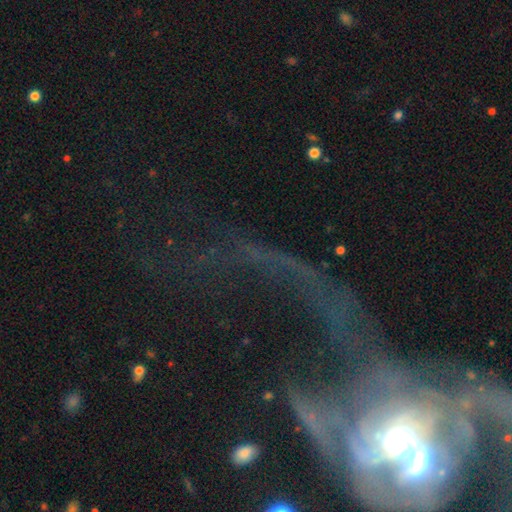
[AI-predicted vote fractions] Q: Smooth or featured?
A: star or artifact (52%); runner-up: featured or disk (31%)